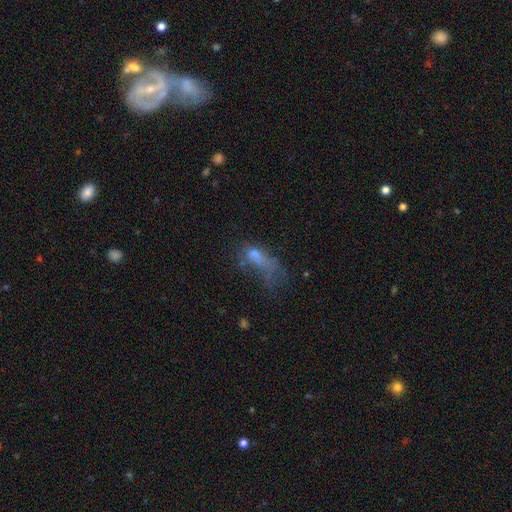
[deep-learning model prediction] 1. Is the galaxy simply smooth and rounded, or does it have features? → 51% smooth, 30% featured or disk, 19% star or artifact.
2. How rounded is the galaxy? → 74% in between, 19% cigar-shaped, 7% round.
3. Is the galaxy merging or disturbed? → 52% major disturbance, 21% none, 18% minor disturbance, 9% merger.